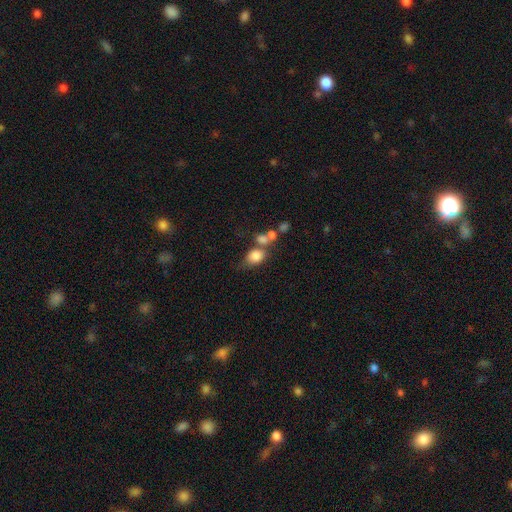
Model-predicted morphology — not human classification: smooth-or-featured: smooth: 78% | featured or disk: 12% | star or artifact: 10%
  how-rounded: in between: 57% | round: 41% | cigar-shaped: 2%
  merging: merger: 40% | none: 34% | minor disturbance: 15% | major disturbance: 11%